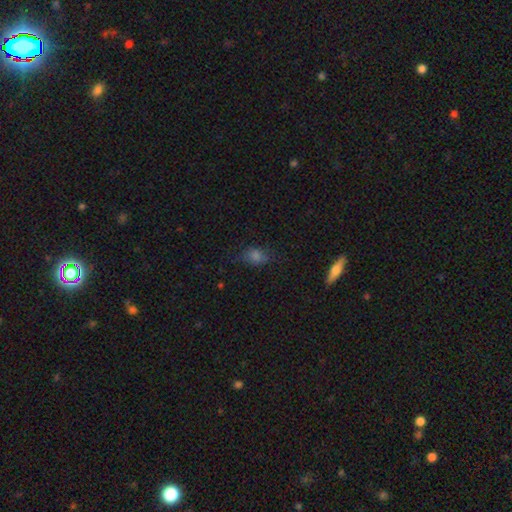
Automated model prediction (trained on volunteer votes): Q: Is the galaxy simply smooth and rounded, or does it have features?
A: smooth — 71%.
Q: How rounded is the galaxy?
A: in between — 71%.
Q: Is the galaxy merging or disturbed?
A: none — 70%.